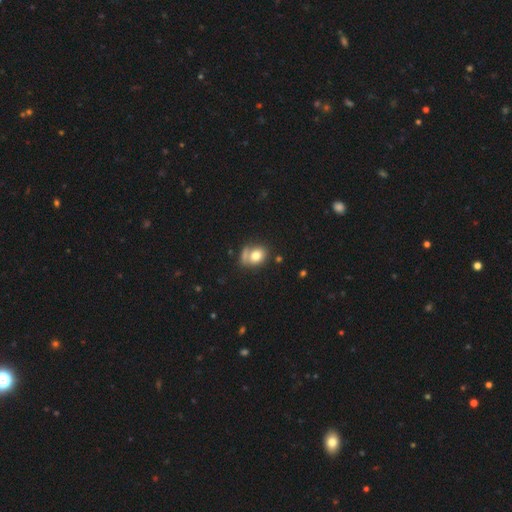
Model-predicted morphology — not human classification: Q: Smooth or featured?
A: smooth (76%); runner-up: featured or disk (15%)
Q: How rounded?
A: in between (56%); runner-up: round (43%)
Q: Merging?
A: none (48%); runner-up: merger (25%)